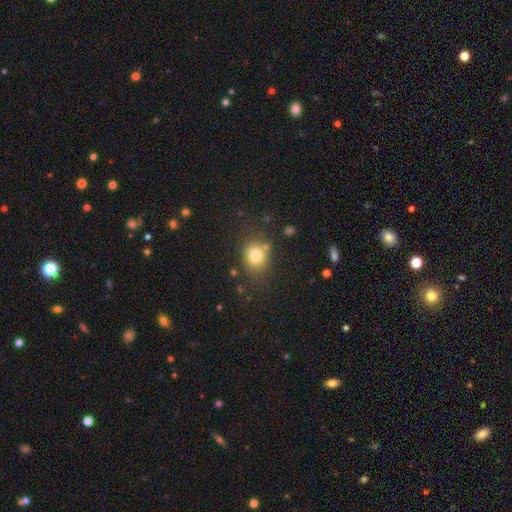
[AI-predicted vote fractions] Morphology: type=smooth (78%); roundness=round (72%); merging=none (75%).